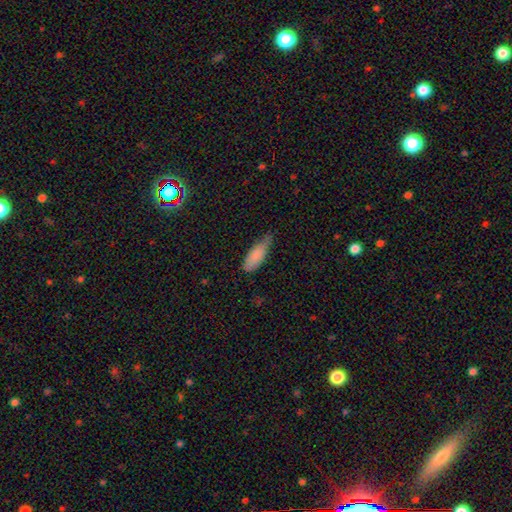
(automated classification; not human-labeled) Smooth or featured? Predicted: smooth (p=0.85). How rounded? Predicted: in between (p=0.69). Merging? Predicted: none (p=0.50).